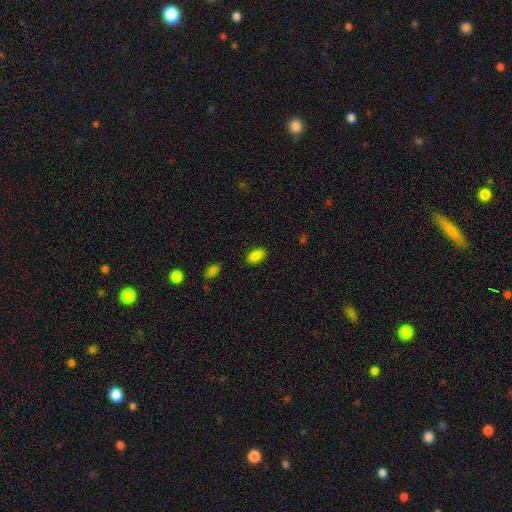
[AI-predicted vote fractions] Smooth or featured? smooth (87%)
How rounded? in between (92%)
Merging? none (86%)